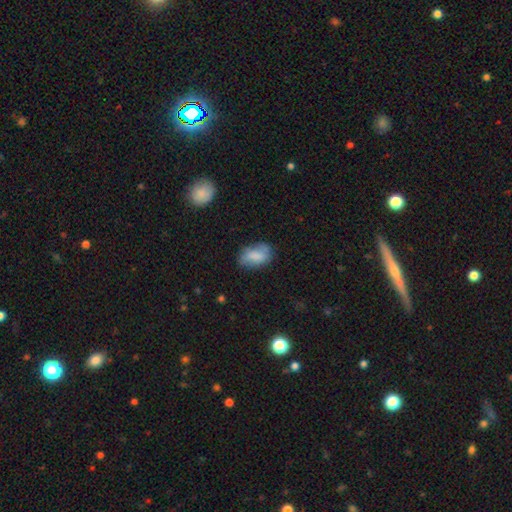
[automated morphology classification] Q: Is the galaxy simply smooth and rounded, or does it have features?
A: smooth — 76%.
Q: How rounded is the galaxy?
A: in between — 90%.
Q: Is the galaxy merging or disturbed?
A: none — 62%.